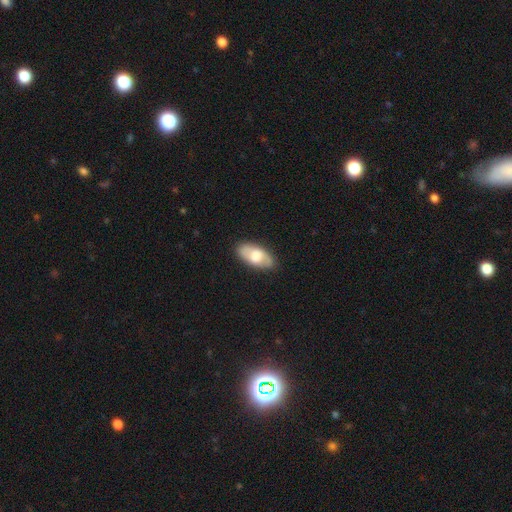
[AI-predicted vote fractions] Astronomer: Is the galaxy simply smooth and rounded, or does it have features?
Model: smooth — 58% (runner-up: featured or disk, 36%).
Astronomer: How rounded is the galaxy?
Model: in between — 90%.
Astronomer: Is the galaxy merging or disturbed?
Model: none — 83%.